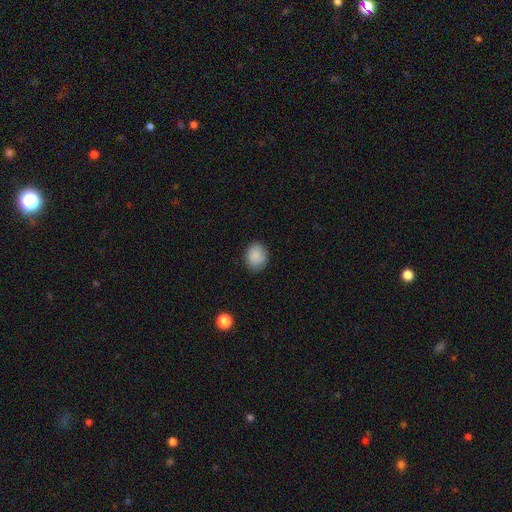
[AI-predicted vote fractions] This is clearly a smooth galaxy (88%). How rounded: likely round (62%). Merging: clearly none (86%).